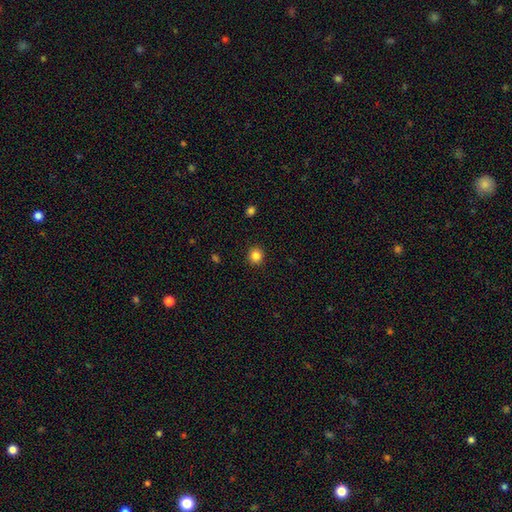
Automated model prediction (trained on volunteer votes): A smooth galaxy with no disk features (85%) that is round (91%).

Vote fractions:
- Smooth or featured? smooth: 85% / star or artifact: 11% / featured or disk: 4%
- How rounded? round: 91% / in between: 8% / cigar-shaped: 1%
- Merging? none: 92% / minor disturbance: 5% / major disturbance: 2% / merger: 1%